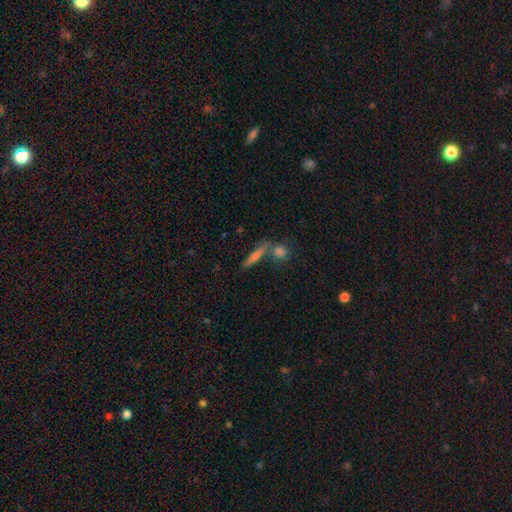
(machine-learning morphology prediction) smooth_or_featured: smooth (p=0.47) [alt: featured or disk p=0.40]
merging: none (p=0.67) [alt: merger p=0.20]